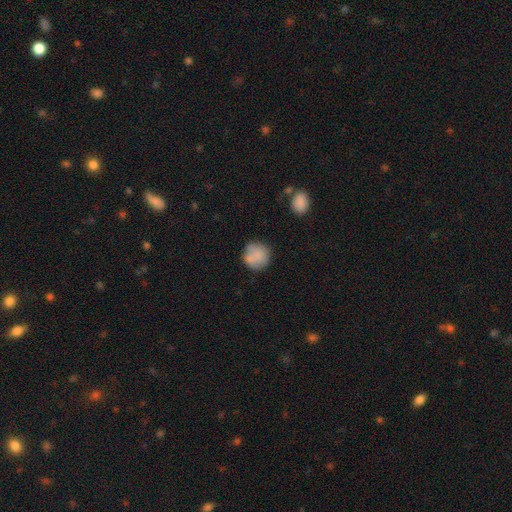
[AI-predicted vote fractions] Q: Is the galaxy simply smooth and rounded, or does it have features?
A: smooth — 79%.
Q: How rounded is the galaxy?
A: round — 90%.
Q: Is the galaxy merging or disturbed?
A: none — 66%.